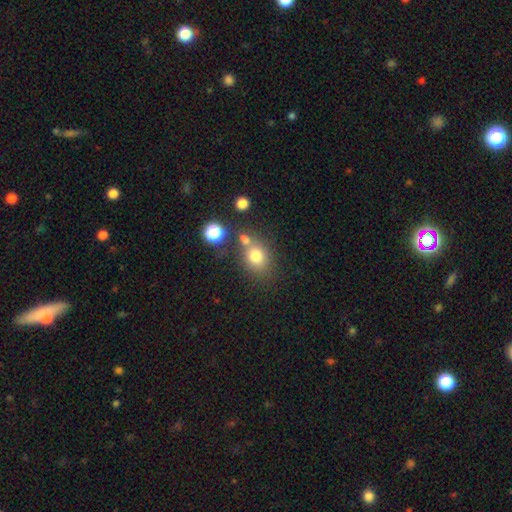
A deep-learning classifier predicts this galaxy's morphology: smooth_or_featured: smooth (p=0.76) [alt: star or artifact p=0.13]
how_rounded: round (p=0.61) [alt: in between p=0.38]
merging: none (p=0.58) [alt: merger p=0.24]